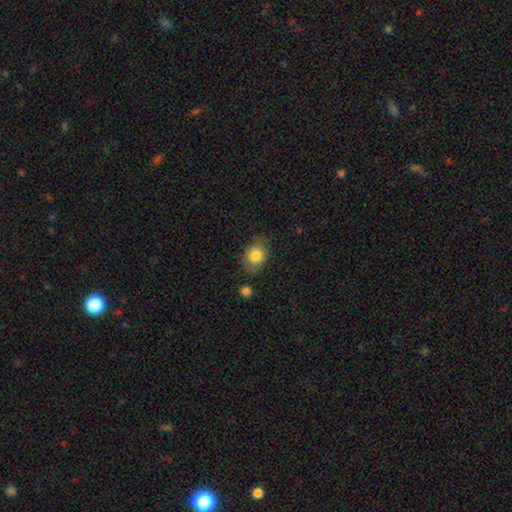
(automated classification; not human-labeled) This appears to be a smooth galaxy with no disk features (82%) that is in between round and cigar-shaped (69%). Merging: none (71%).